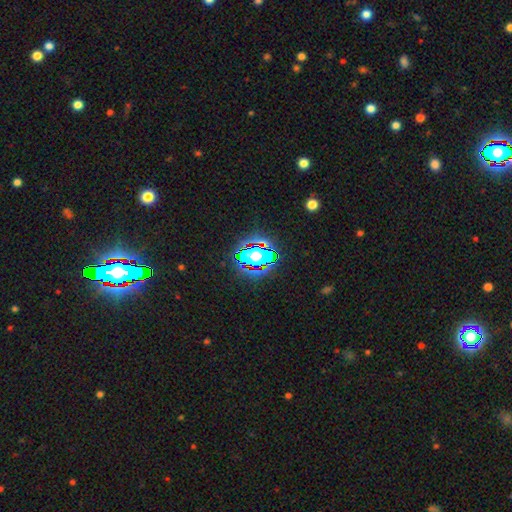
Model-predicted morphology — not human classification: Q: Smooth or featured?
A: star or artifact (49%); runner-up: smooth (35%)